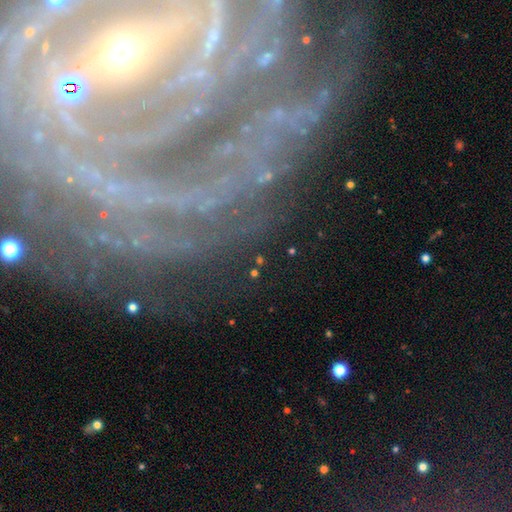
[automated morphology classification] This appears to be a featured or disk galaxy (71%) with a strong bar (43%), tight (70%) spiral arms (89%) and a small central bulge (54%). Merging: none (76%).